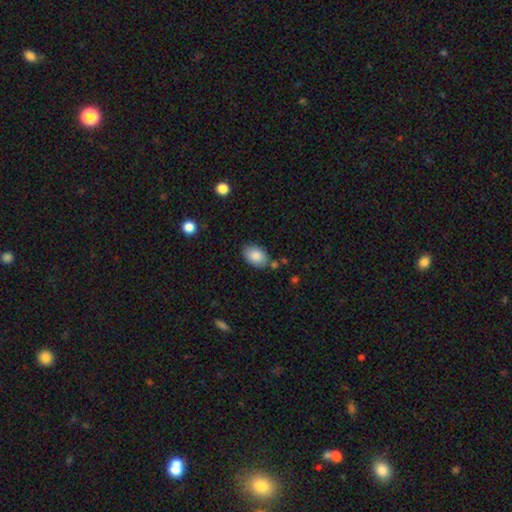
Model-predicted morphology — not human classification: Q: Smooth or featured?
A: smooth (88%); runner-up: star or artifact (7%)
Q: How rounded?
A: in between (87%); runner-up: round (12%)
Q: Merging?
A: none (77%); runner-up: minor disturbance (14%)